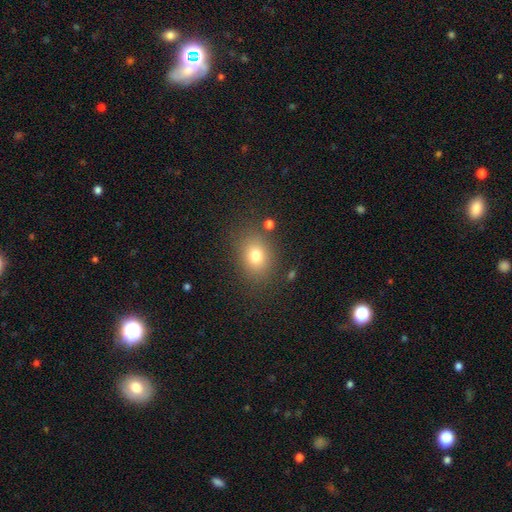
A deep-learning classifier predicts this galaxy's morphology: type=smooth (76%); roundness=in between (55%); merging=none (81%).